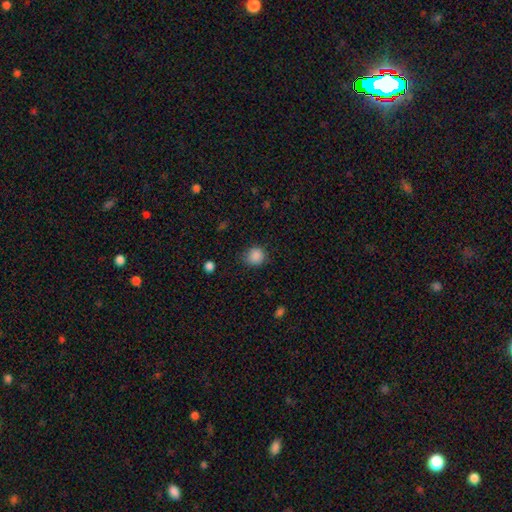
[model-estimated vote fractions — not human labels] Smooth or featured?
  - smooth: 86% *
  - star or artifact: 10%
  - featured or disk: 3%
How rounded?
  - round: 85% *
  - in between: 14%
  - cigar-shaped: 1%
Merging?
  - none: 78% *
  - minor disturbance: 16%
  - major disturbance: 4%
  - merger: 1%